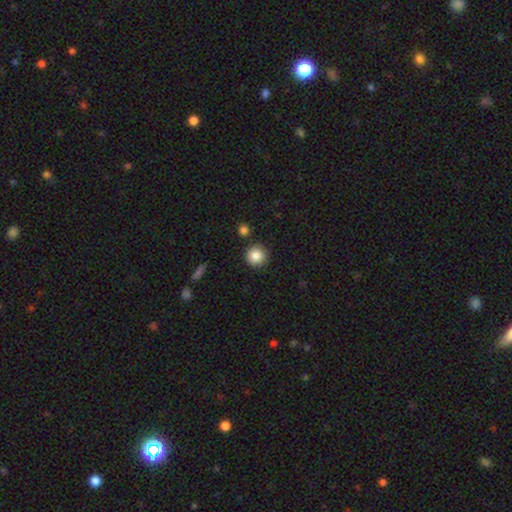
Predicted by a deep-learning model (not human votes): Smooth or featured? smooth (86%)
How rounded? round (94%)
Merging? none (87%)